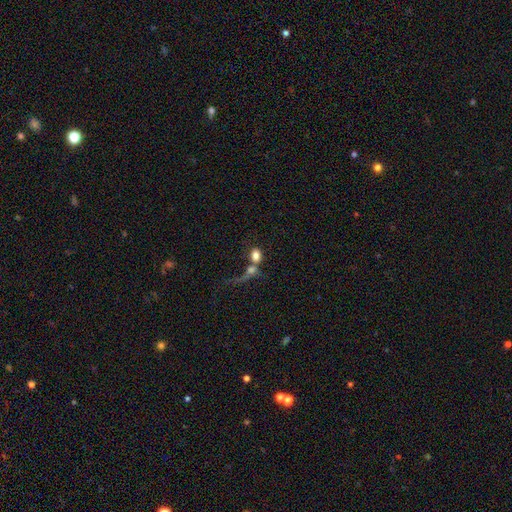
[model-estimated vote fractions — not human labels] Smooth or featured: smooth — 72% (featured or disk — 17%)
How rounded: in between — 60% (round — 37%)
Merging: merger — 58% (none — 21%)